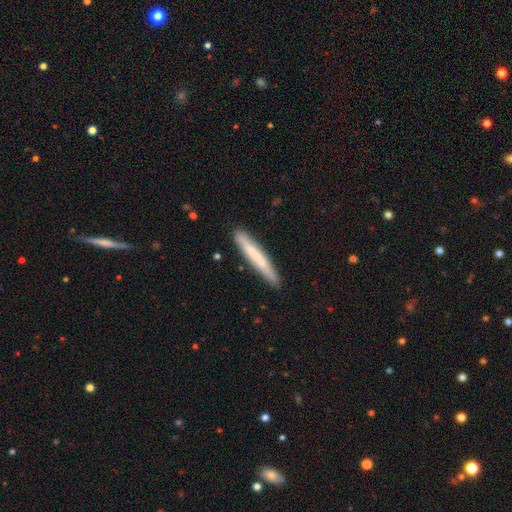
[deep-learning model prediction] Smooth or featured: smooth — 62% (featured or disk — 32%)
How rounded: cigar-shaped — 96% (in between — 3%)
Merging: none — 88% (minor disturbance — 9%)